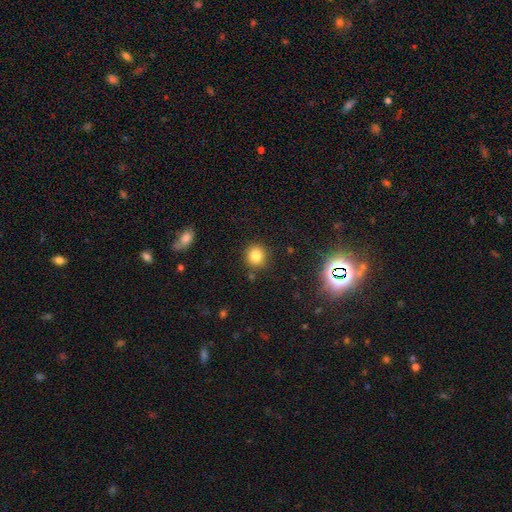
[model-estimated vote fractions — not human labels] This is clearly a smooth galaxy (81%). How rounded: clearly round (90%). Merging: clearly none (87%).